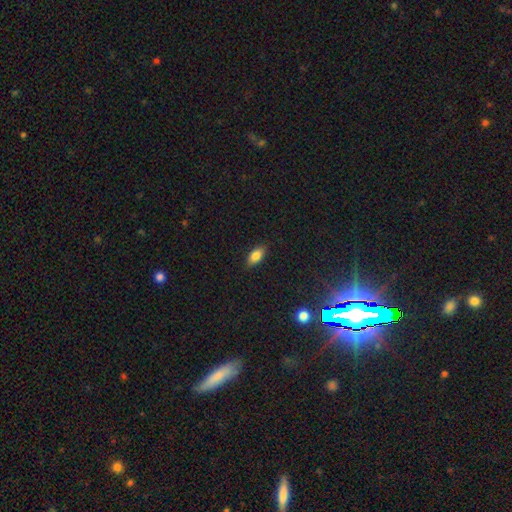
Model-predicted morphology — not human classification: A smooth galaxy with no disk features (83%) that is in between round and cigar-shaped (89%).

Vote fractions:
- Smooth or featured? smooth: 83% / featured or disk: 9% / star or artifact: 8%
- How rounded? in between: 89% / cigar-shaped: 7% / round: 4%
- Merging? none: 85% / minor disturbance: 11% / major disturbance: 2% / merger: 1%